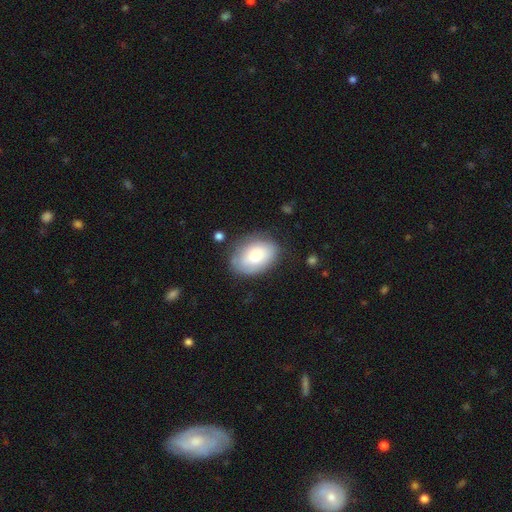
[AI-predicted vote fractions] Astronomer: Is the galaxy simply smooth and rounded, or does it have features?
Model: smooth — 73%.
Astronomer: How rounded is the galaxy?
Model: in between — 80%.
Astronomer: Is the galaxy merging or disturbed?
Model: none — 72%.